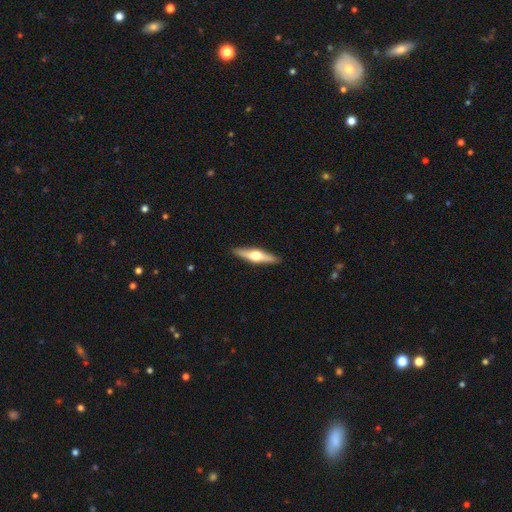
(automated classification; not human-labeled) Overall: featured or disk (64%; smooth 31%). Edge-on disk: yes (96%). Edge-on bulge: rounded (94%). Merging: none (91%).